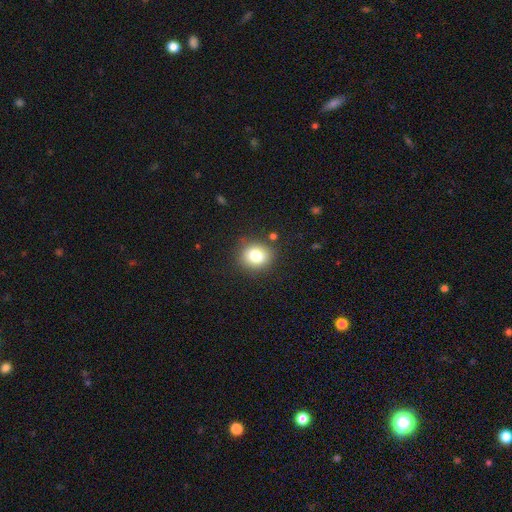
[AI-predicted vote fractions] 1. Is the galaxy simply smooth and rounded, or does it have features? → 79% smooth, 11% star or artifact, 9% featured or disk.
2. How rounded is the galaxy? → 70% round, 29% in between, 1% cigar-shaped.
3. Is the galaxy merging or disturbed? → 86% none, 9% minor disturbance, 3% major disturbance, 2% merger.